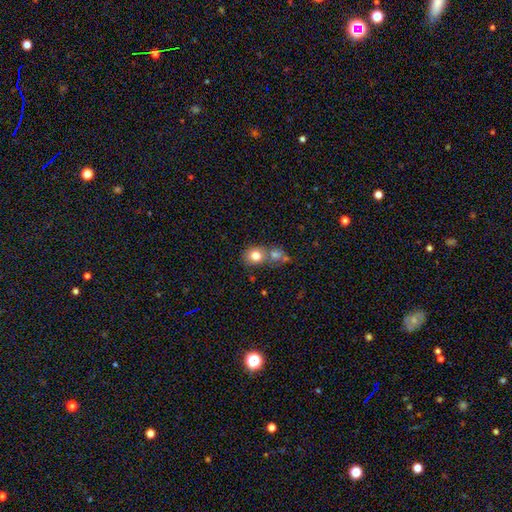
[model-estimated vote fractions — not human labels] This appears to be a smooth galaxy with no disk features (78%) that is round (68%). Merging: none (50%).